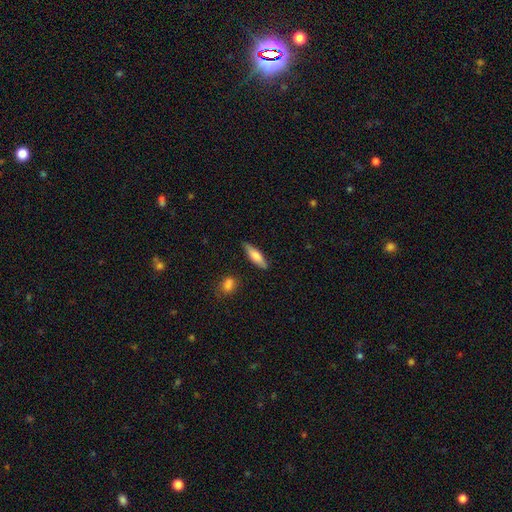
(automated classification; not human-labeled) Smooth or featured? Predicted: smooth (p=0.67). How rounded? Predicted: cigar-shaped (p=0.63). Merging? Predicted: none (p=0.79).